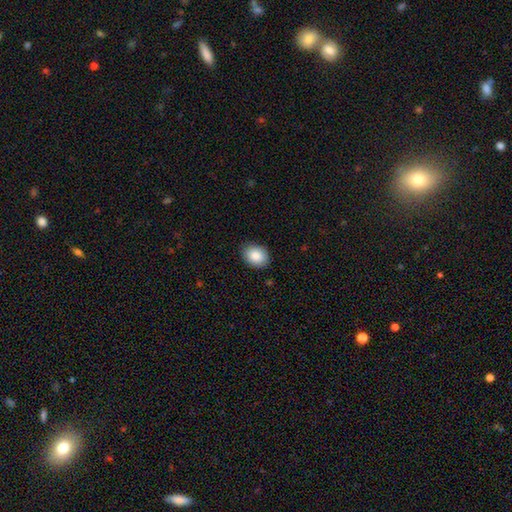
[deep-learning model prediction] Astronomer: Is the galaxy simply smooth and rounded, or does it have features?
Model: smooth — 86%.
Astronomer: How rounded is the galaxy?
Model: in between — 59% (runner-up: round, 40%).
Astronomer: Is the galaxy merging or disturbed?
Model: none — 86%.